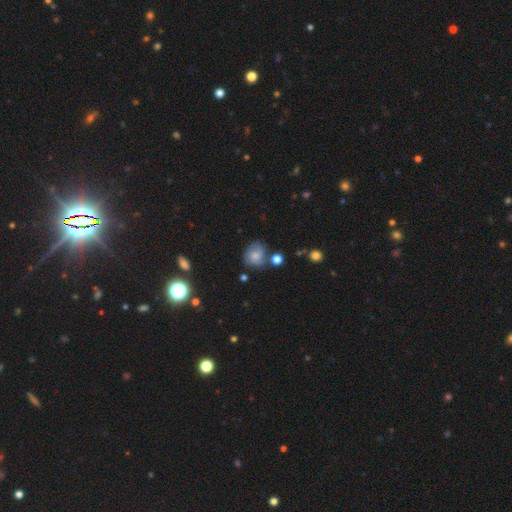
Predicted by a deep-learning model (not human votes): smooth 68%, featured or disk 20%, star or artifact 12%. Down the decision tree: how rounded — round (69%); merging — none (61%).